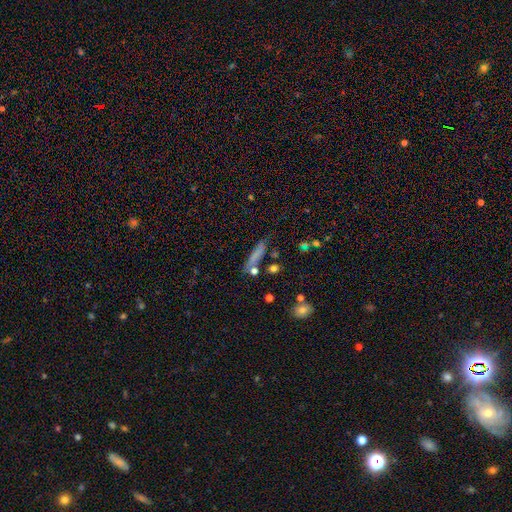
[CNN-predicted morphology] Smooth or featured: smooth — 67% (featured or disk — 21%)
How rounded: cigar-shaped — 86% (in between — 11%)
Merging: none — 68% (minor disturbance — 18%)